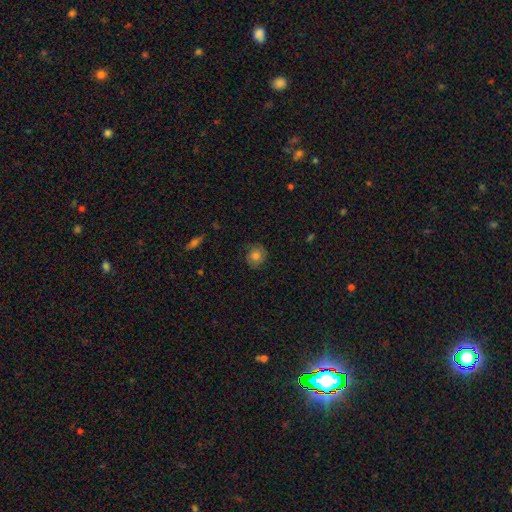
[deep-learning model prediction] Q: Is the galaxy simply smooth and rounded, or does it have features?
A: smooth — 69%.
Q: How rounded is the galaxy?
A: round — 85%.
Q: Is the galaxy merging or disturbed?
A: none — 80%.